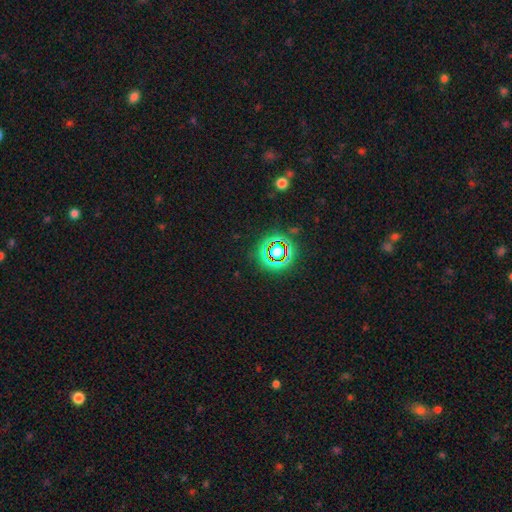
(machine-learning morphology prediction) smooth_or_featured: star or artifact (p=0.64) [alt: smooth p=0.25]